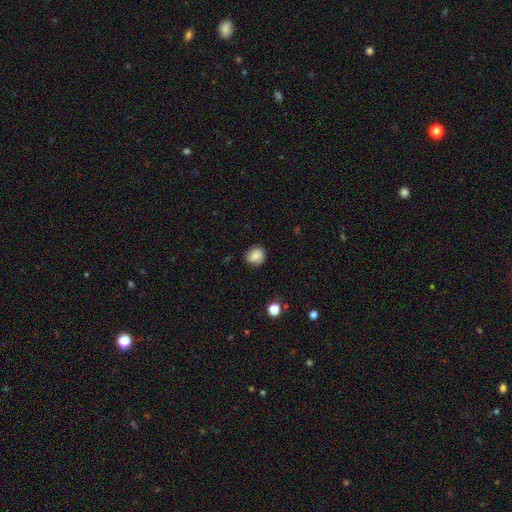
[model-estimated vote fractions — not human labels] This appears to be a smooth galaxy with no disk features (83%) that is round (77%). Merging: none (82%).